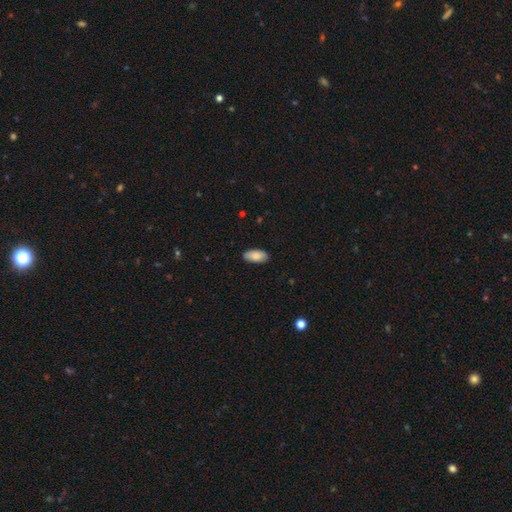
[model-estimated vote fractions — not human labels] This is clearly a smooth galaxy (86%). How rounded: clearly in between (93%). Merging: clearly none (88%).